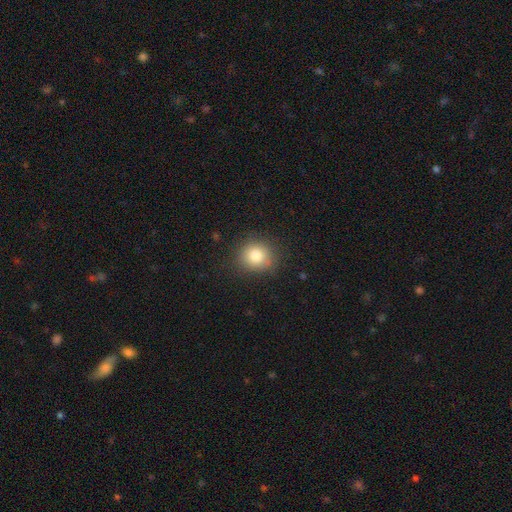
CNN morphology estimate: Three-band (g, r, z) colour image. It shows a smooth galaxy with no disk features (81%) that is round (86%). Merging: none (85%).